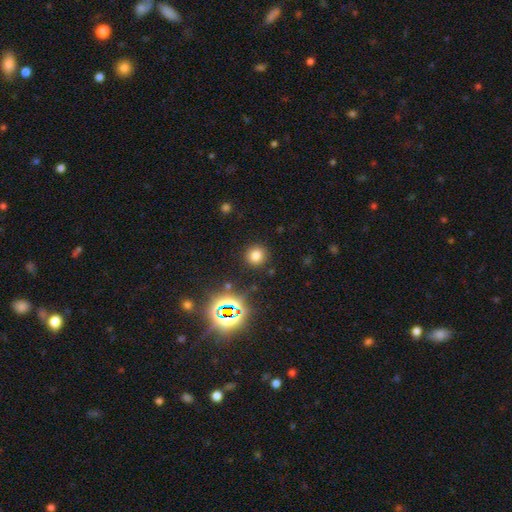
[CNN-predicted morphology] smooth 73%, star or artifact 20%, featured or disk 7%. Down the decision tree: how rounded — round (91%); merging — none (89%).